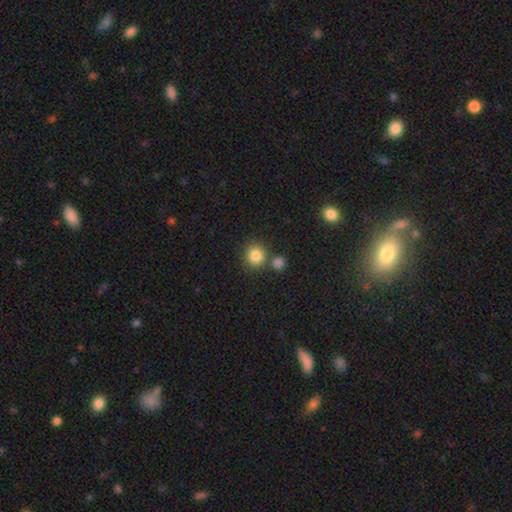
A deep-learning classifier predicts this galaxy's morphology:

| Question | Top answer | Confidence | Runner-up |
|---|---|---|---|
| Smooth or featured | smooth | 85% | star or artifact (10%) |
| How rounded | round | 86% | in between (13%) |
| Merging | none | 71% | merger (17%) |